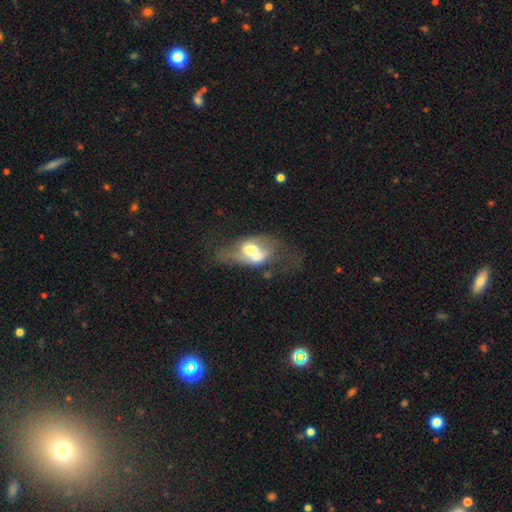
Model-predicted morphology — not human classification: This appears to be a featured or disk galaxy (52%). Merging: merger (67%).